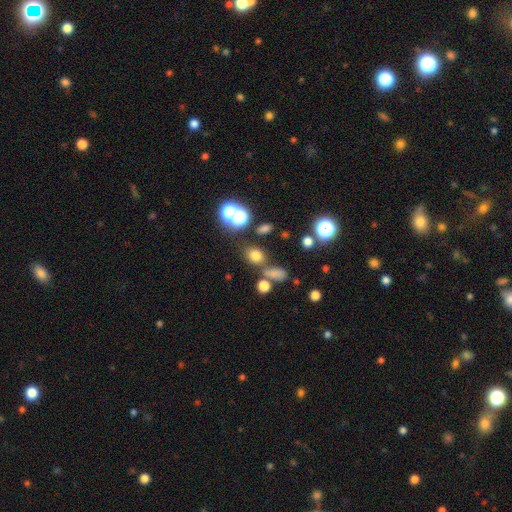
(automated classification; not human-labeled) smooth 69%, star or artifact 21%, featured or disk 9%. Down the decision tree: how rounded — round (51%); merging — none (67%).